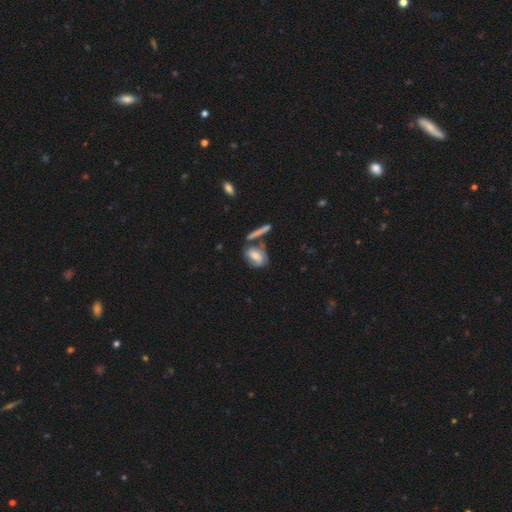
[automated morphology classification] smooth 59%, featured or disk 33%, star or artifact 8%. Down the decision tree: how rounded — in between (77%); merging — none (47%).